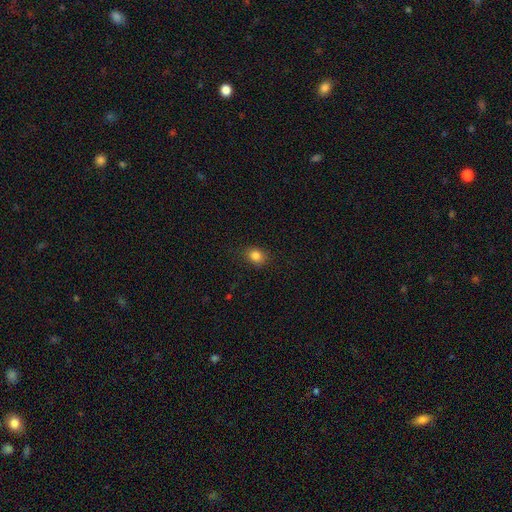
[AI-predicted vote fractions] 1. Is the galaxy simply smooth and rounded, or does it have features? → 83% smooth, 12% star or artifact, 5% featured or disk.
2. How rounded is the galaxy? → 59% round, 40% in between, 1% cigar-shaped.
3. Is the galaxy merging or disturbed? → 85% none, 11% minor disturbance, 3% major disturbance, 1% merger.